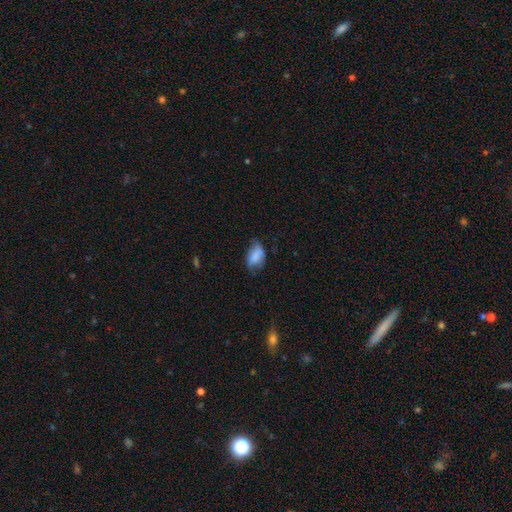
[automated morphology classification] A smooth galaxy with no disk features (70%) that is in between round and cigar-shaped (88%).

Vote fractions:
- Smooth or featured? smooth: 70% / featured or disk: 21% / star or artifact: 9%
- How rounded? in between: 88% / round: 10% / cigar-shaped: 2%
- Merging? minor disturbance: 39% (tied) / none: 39% (tied) / major disturbance: 20% / merger: 2%